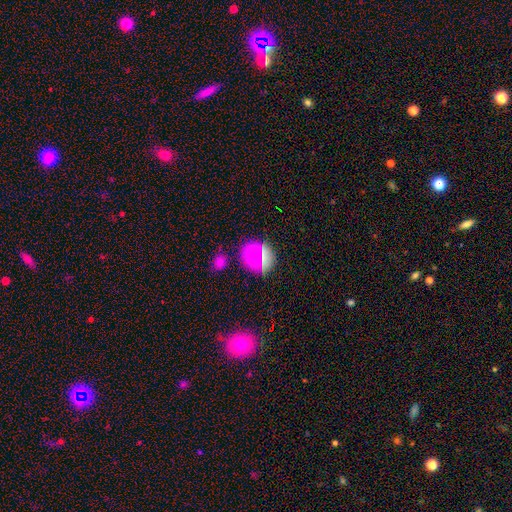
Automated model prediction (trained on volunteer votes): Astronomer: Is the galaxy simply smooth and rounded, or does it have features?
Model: smooth — 66%.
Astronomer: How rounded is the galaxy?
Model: round — 80%.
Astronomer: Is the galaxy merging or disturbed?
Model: none — 79%.